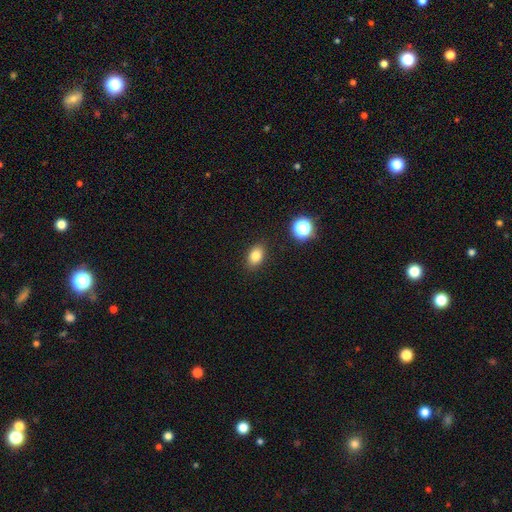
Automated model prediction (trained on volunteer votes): Morphology: type=smooth (82%); roundness=in between (79%); merging=none (87%).